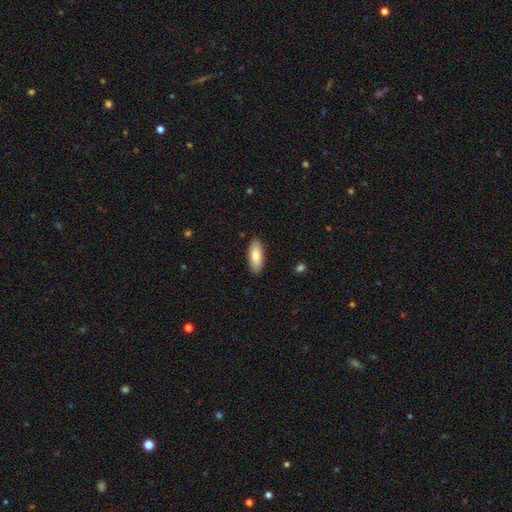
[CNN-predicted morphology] Overall: smooth (82%). How rounded: in between (76%). Merging: none (88%).